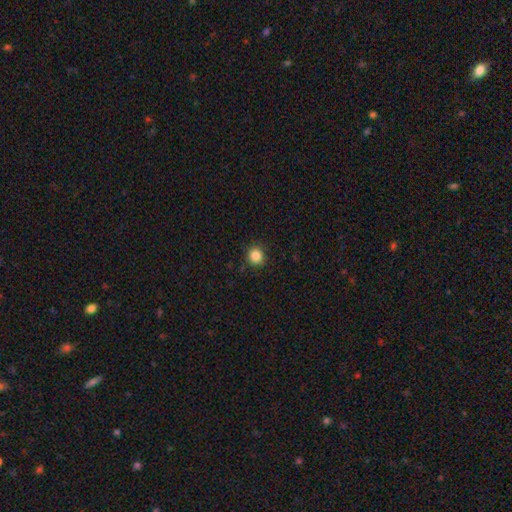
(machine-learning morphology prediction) Smooth or featured? Predicted: smooth (p=0.85). How rounded? Predicted: round (p=0.89). Merging? Predicted: none (p=0.89).